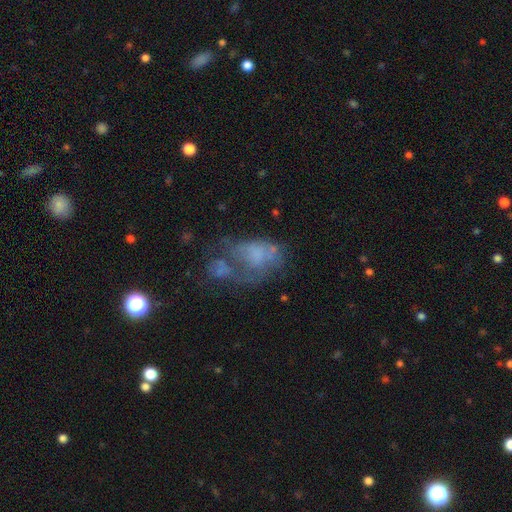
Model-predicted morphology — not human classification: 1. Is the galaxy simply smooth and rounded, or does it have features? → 45% featured or disk, 35% smooth, 20% star or artifact.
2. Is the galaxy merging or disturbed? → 30% major disturbance, 27% merger, 25% none, 18% minor disturbance.